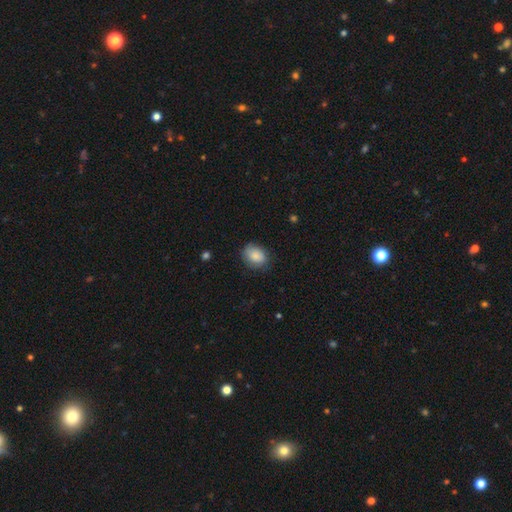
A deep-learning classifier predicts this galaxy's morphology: A smooth galaxy with no disk features (84%) that is in between round and cigar-shaped (64%).

Vote fractions:
- Smooth or featured? smooth: 84% / featured or disk: 9% / star or artifact: 7%
- How rounded? in between: 64% / round: 35% / cigar-shaped: 1%
- Merging? none: 73% / minor disturbance: 21% / major disturbance: 5% / merger: 1%